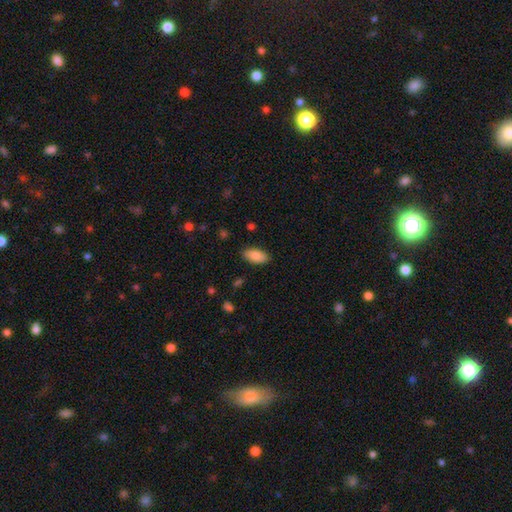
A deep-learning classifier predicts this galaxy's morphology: This appears to be a smooth galaxy with no disk features (88%) that is in between round and cigar-shaped (93%). Merging: none (86%).